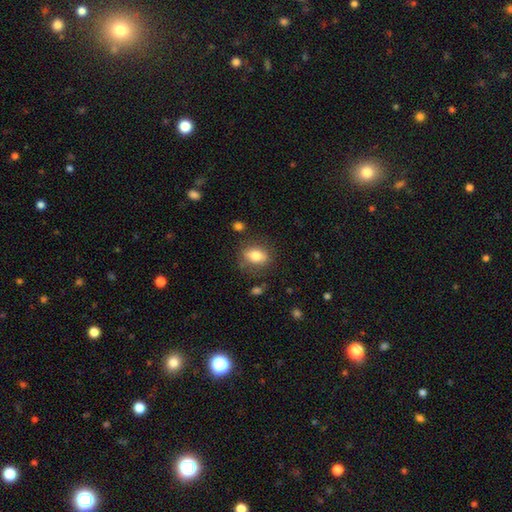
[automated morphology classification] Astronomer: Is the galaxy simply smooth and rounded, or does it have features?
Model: smooth — 78%.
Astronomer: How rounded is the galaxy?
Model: in between — 73%.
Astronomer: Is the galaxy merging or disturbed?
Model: none — 78%.